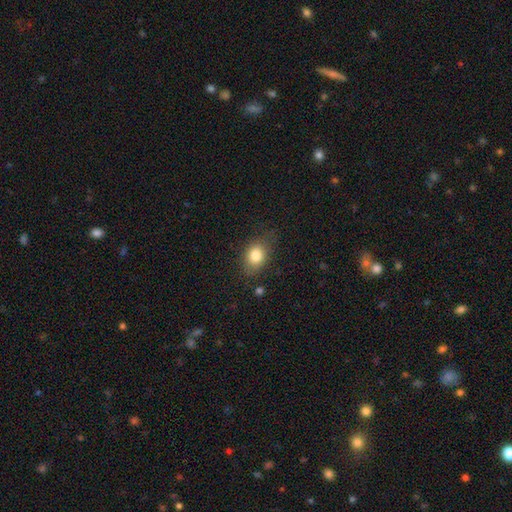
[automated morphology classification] The model was most divided on "how rounded": in between: 68%, round: 31%, cigar-shaped: 2%. More confident: smooth or featured — smooth (82%); merging — none (72%).